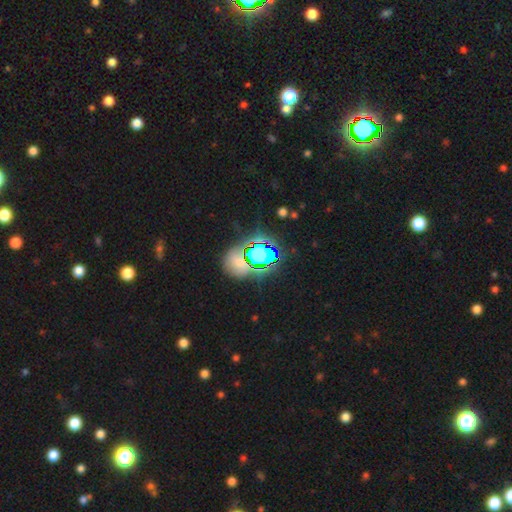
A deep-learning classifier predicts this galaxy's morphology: Smooth or featured: star or artifact — 68% (smooth — 20%)